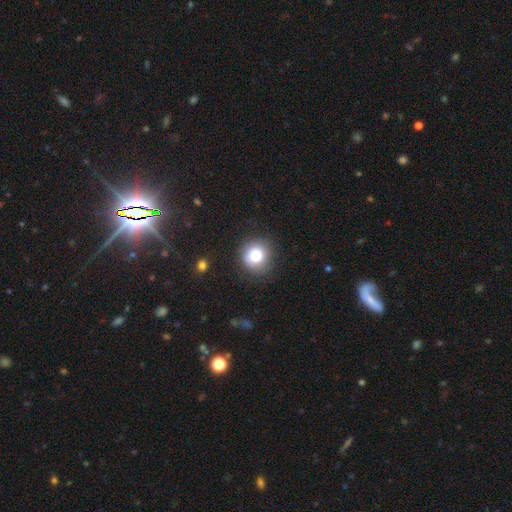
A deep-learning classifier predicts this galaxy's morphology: smooth_or_featured: smooth (p=0.80) [alt: star or artifact p=0.11]
how_rounded: round (p=0.88) [alt: in between p=0.12]
merging: none (p=0.84) [alt: minor disturbance p=0.11]